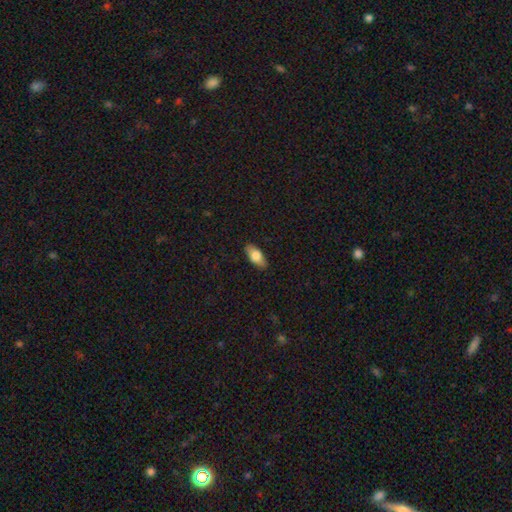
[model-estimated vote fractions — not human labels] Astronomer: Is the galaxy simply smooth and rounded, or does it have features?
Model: smooth — 76%.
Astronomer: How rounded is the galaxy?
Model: in between — 85%.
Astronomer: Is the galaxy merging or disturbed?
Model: none — 88%.